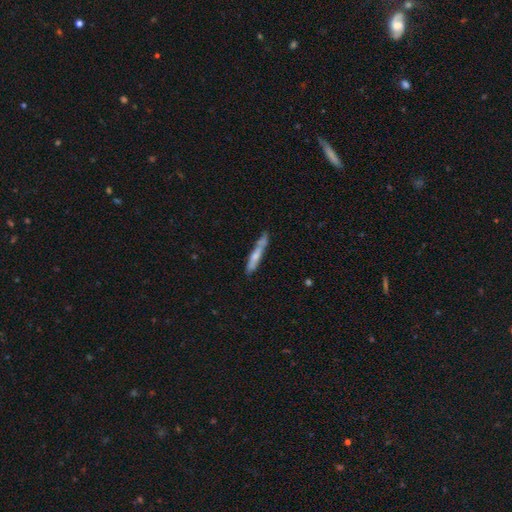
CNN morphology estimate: Smooth or featured? smooth (53%)
How rounded? cigar-shaped (91%)
Merging? none (66%)